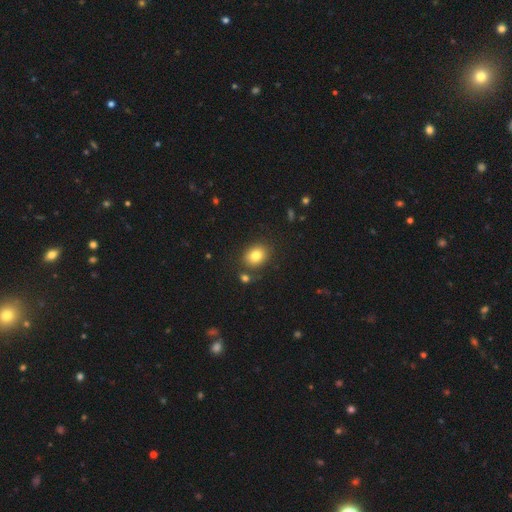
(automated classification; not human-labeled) Smooth or featured? smooth (81%)
How rounded? in between (52%)
Merging? none (80%)